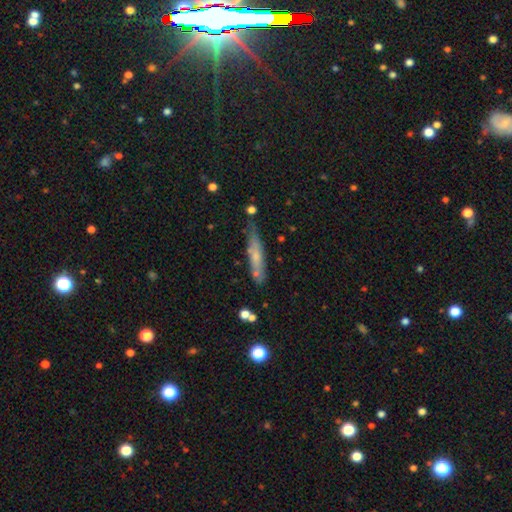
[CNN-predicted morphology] This appears to be a smooth galaxy with no disk features (59%) that is cigar-shaped (86%). Merging: none (66%).